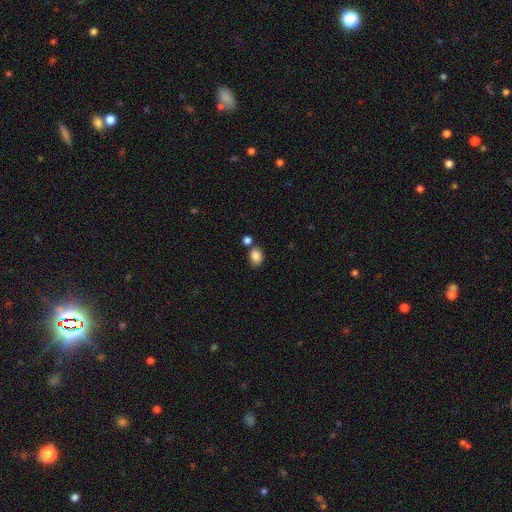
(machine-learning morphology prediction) This appears to be a smooth galaxy with no disk features (86%) that is in between round and cigar-shaped (55%). Merging: none (64%).